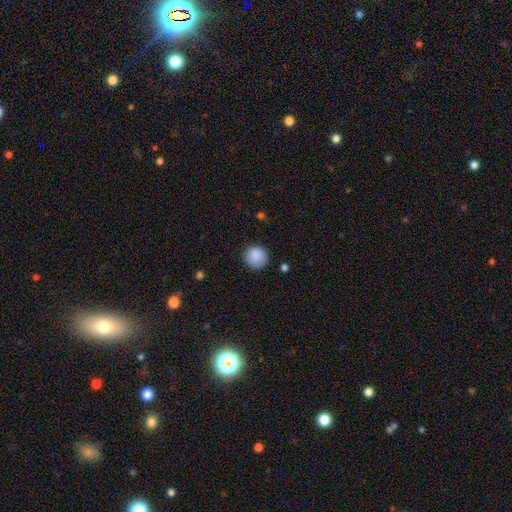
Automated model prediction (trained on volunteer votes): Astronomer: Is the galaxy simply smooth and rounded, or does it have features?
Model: smooth — 89%.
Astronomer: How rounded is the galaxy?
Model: round — 94%.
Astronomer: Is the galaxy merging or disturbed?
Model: none — 86%.